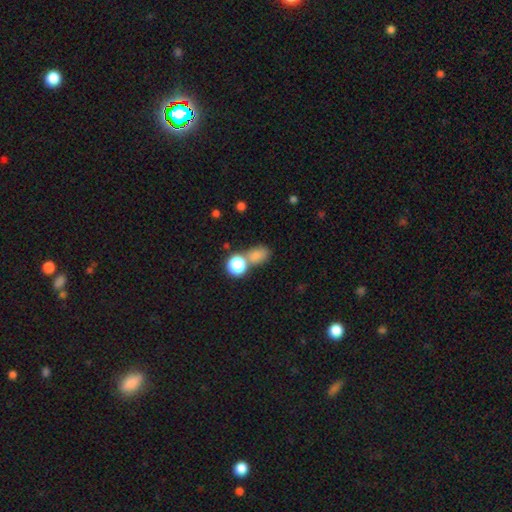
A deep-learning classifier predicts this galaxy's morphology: Smooth or featured?
  - smooth: 77% *
  - star or artifact: 16%
  - featured or disk: 7%
How rounded?
  - in between: 62% *
  - round: 36%
  - cigar-shaped: 2%
Merging?
  - none: 50% *
  - merger: 32%
  - minor disturbance: 12%
  - major disturbance: 6%